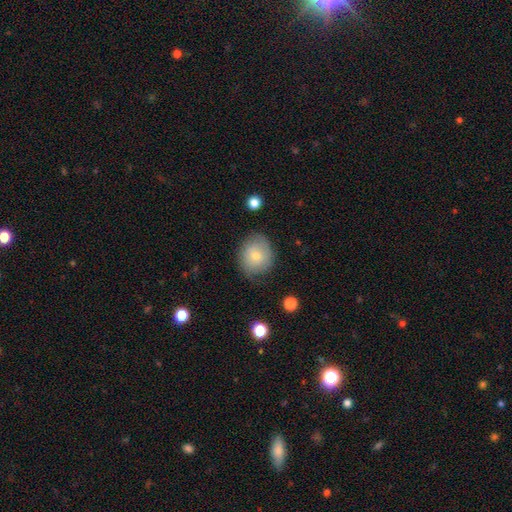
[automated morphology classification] The model was most divided on "smooth or featured": smooth: 66%, featured or disk: 26%, star or artifact: 8%. More confident: merging — none (71%); how rounded — round (69%).